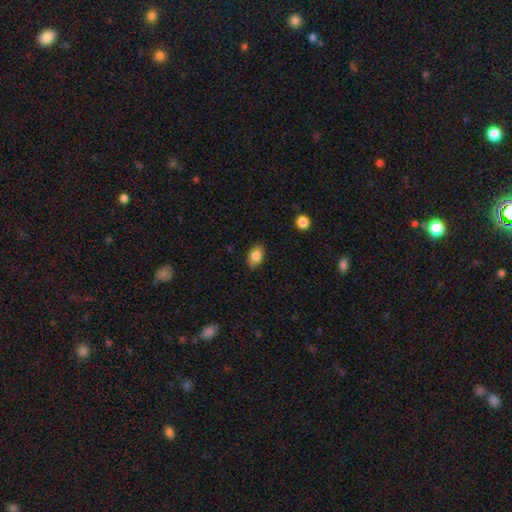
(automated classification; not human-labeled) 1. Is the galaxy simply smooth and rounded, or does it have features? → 84% smooth, 8% star or artifact, 8% featured or disk.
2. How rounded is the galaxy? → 86% in between, 12% round, 2% cigar-shaped.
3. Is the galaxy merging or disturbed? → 86% none, 11% minor disturbance, 2% major disturbance, 1% merger.